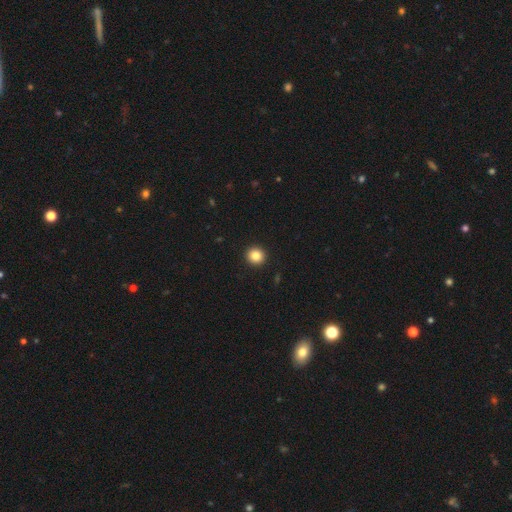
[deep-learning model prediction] smooth-or-featured: smooth: 85% | star or artifact: 10% | featured or disk: 5%
  how-rounded: round: 93% | in between: 6% | cigar-shaped: 1%
  merging: none: 94% | minor disturbance: 4% | major disturbance: 1% | merger: 1%